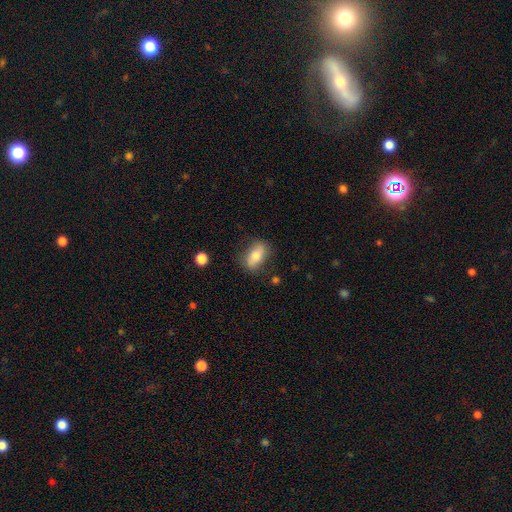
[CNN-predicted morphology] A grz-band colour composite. It shows a smooth galaxy with no disk features (68%) that is in between round and cigar-shaped (84%). Merging: none (78%).